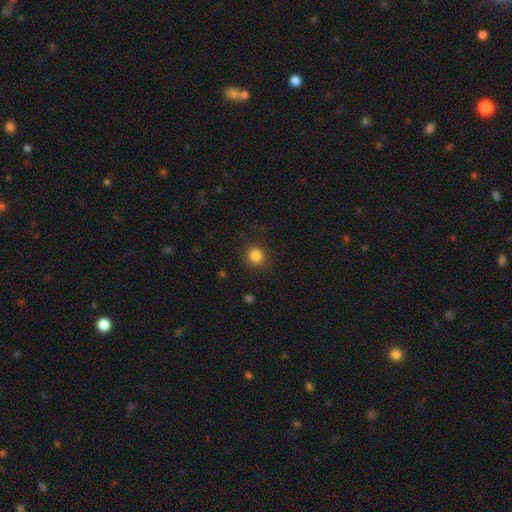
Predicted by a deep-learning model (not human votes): This is clearly a smooth galaxy (84%). How rounded: clearly round (92%). Merging: clearly none (90%).